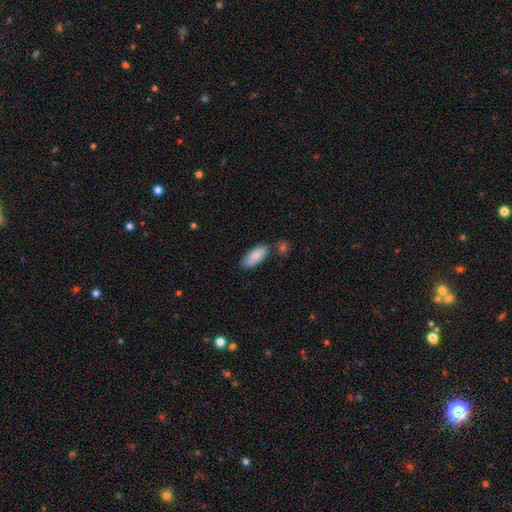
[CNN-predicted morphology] Q: Smooth or featured?
A: smooth (85%); runner-up: featured or disk (9%)
Q: How rounded?
A: in between (80%); runner-up: cigar-shaped (18%)
Q: Merging?
A: none (73%); runner-up: minor disturbance (15%)